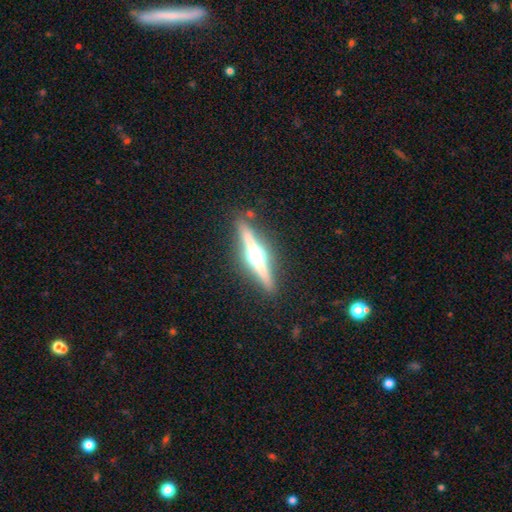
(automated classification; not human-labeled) A featured or disk galaxy (80%) viewed edge-on (97%) with a rounded central bulge (96%). Merging: none (88%).